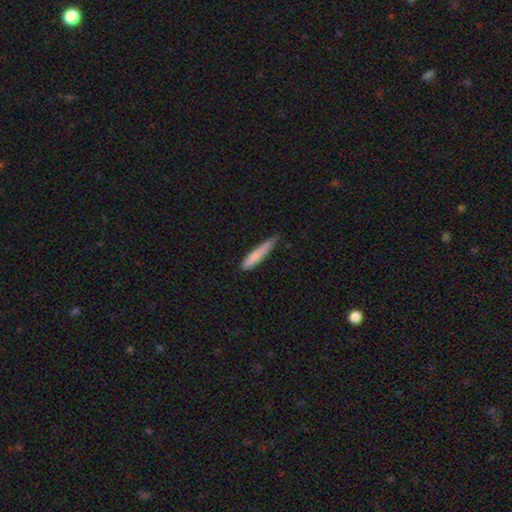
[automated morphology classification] This is likely a smooth galaxy (78%). How rounded: clearly cigar-shaped (92%). Merging: likely none (62%).